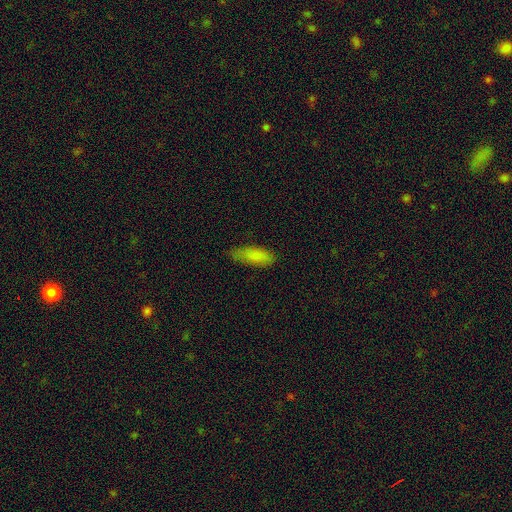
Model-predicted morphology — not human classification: smooth 85%, featured or disk 8%, star or artifact 7%. Down the decision tree: how rounded — in between (71%); merging — none (72%).